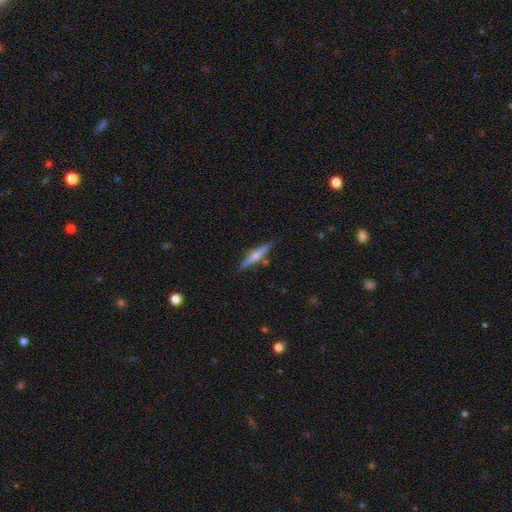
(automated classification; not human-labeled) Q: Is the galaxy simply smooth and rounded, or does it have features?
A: featured or disk — 54%.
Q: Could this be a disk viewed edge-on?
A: yes — 95%.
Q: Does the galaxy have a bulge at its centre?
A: rounded — 76%.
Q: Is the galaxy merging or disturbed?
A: none — 77%.